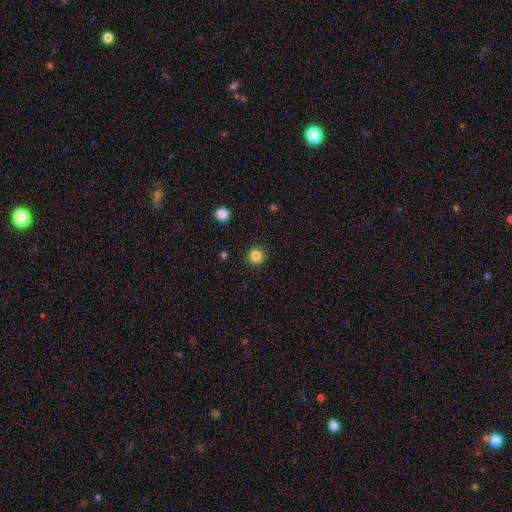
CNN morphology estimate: Smooth or featured? smooth (83%)
How rounded? round (94%)
Merging? none (91%)